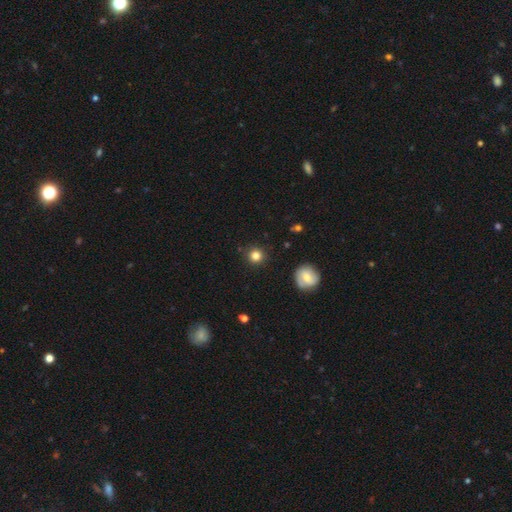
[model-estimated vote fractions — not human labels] Smooth or featured? smooth (83%)
How rounded? round (94%)
Merging? none (90%)